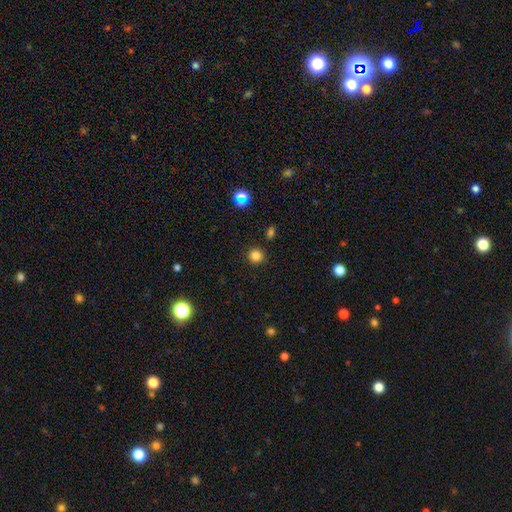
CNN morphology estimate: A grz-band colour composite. It shows a smooth galaxy with no disk features (81%) that is round (92%). Merging: none (89%).